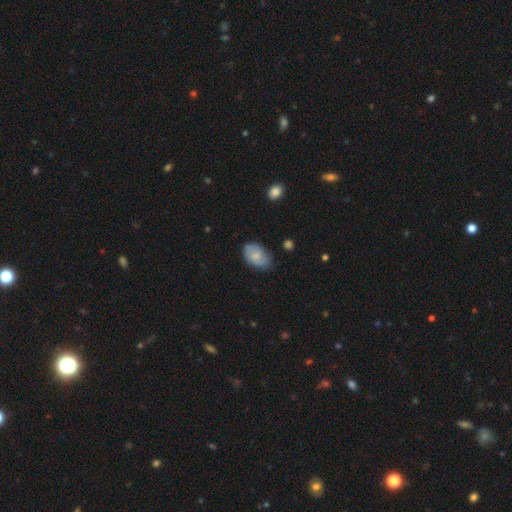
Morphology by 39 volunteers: type=smooth (64%); roundness=in between (88%); merging=none (64%).